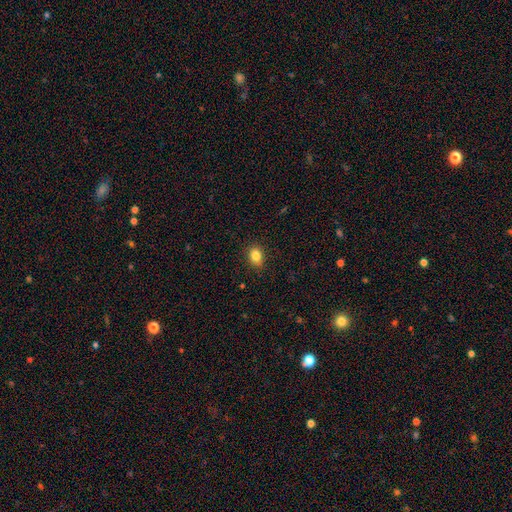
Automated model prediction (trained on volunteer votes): This appears to be a smooth galaxy with no disk features (84%) that is in between round and cigar-shaped (68%). Merging: none (88%).